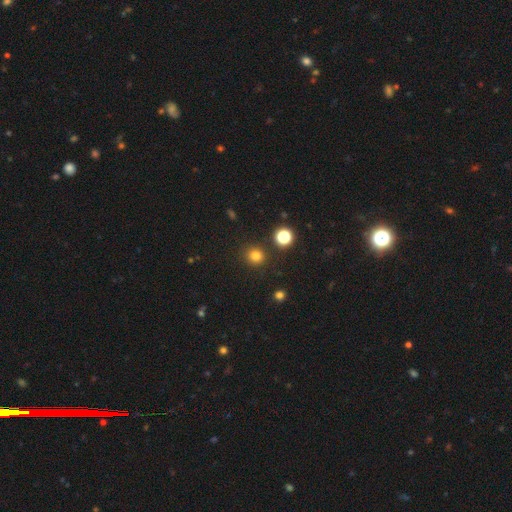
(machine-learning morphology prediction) Overall: smooth (79%). How rounded: round (91%). Merging: none (89%).